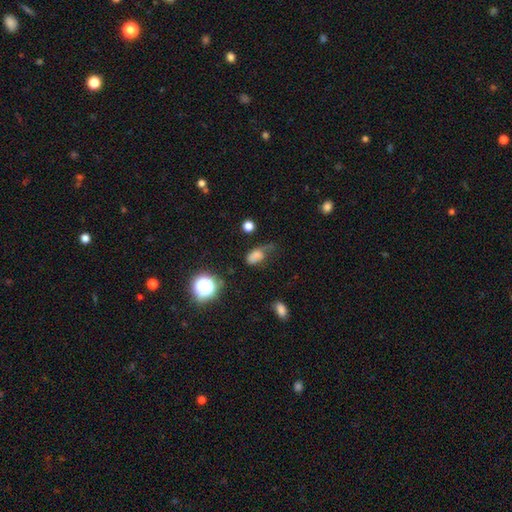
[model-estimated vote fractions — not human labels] Smooth or featured?
  - smooth: 70% *
  - star or artifact: 17%
  - featured or disk: 14%
How rounded?
  - in between: 77% *
  - round: 19%
  - cigar-shaped: 3%
Merging?
  - none: 32% *
  - minor disturbance: 31%
  - major disturbance: 31%
  - merger: 6%